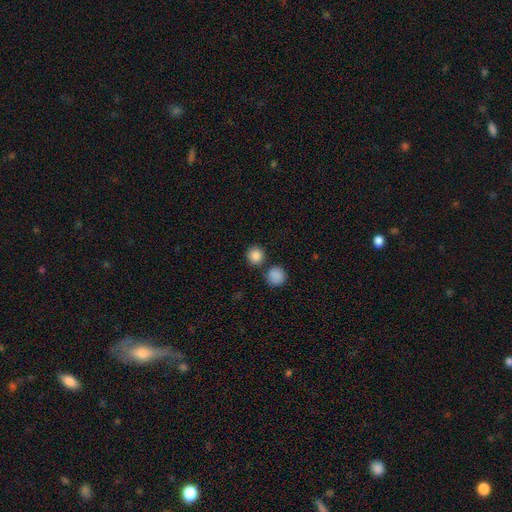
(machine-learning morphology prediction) Smooth or featured?
  - smooth: 86% *
  - star or artifact: 10%
  - featured or disk: 4%
How rounded?
  - round: 92% *
  - in between: 7%
  - cigar-shaped: 1%
Merging?
  - none: 77% *
  - merger: 13%
  - minor disturbance: 7%
  - major disturbance: 2%